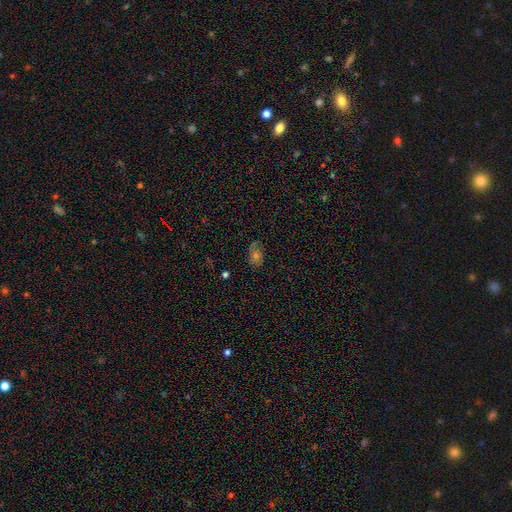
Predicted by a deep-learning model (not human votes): Q: Smooth or featured?
A: smooth (45%); runner-up: featured or disk (31%)
Q: Merging?
A: none (66%); runner-up: minor disturbance (22%)